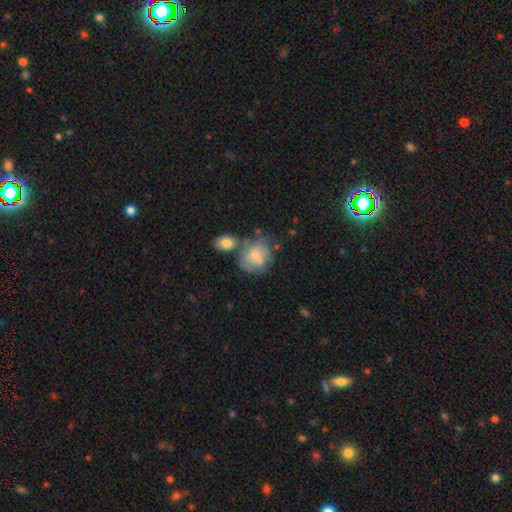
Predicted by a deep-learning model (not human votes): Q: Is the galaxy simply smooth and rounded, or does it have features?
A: smooth — 62%.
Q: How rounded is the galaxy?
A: round — 66%.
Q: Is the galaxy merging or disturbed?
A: none — 40%.